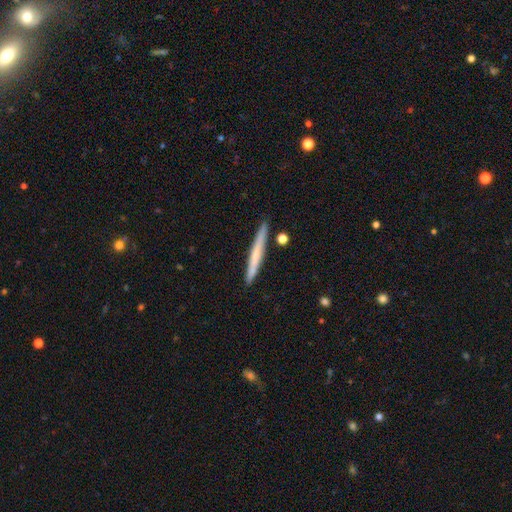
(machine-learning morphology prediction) A smooth galaxy with no disk features (54%) that is cigar-shaped (97%). Merging: none (88%).